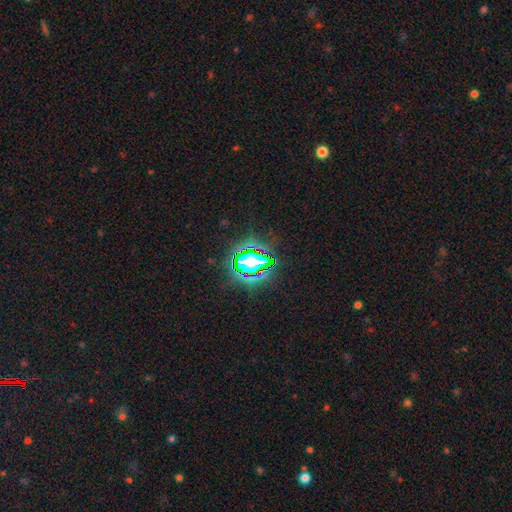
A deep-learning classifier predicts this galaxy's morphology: A star or artifact, not a galaxy (73%).